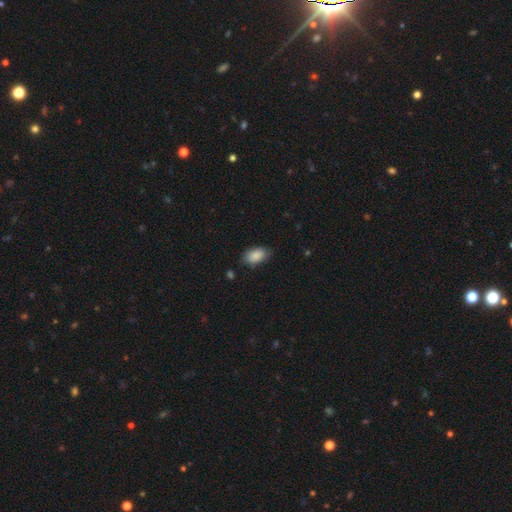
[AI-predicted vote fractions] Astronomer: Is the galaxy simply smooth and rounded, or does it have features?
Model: smooth — 89%.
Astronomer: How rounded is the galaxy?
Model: in between — 93%.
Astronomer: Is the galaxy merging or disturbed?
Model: none — 79%.